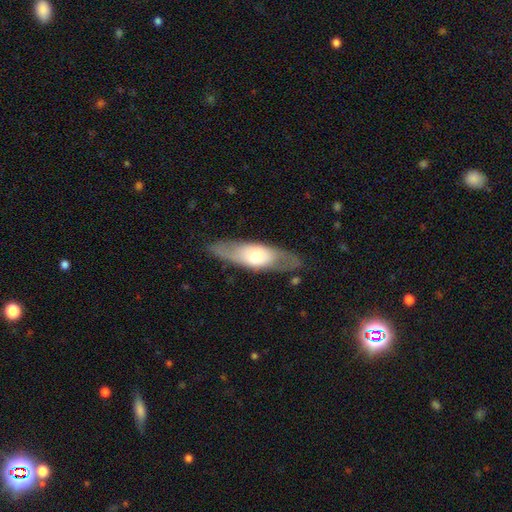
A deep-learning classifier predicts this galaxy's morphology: Overall: featured or disk (49%; smooth 45%). Merging: none (79%).